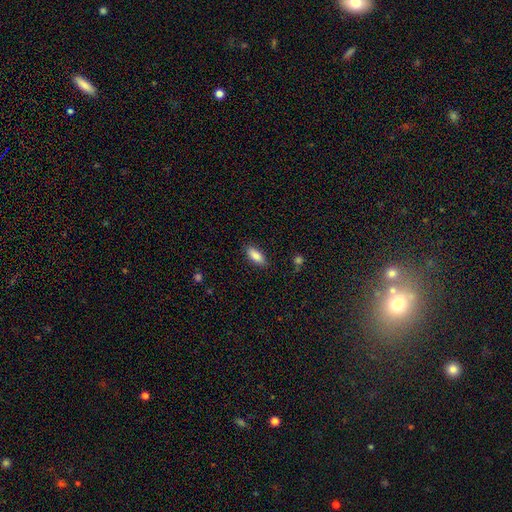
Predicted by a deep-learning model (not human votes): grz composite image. It shows a smooth galaxy with no disk features (87%) that is in between round and cigar-shaped (77%). Merging: none (85%).